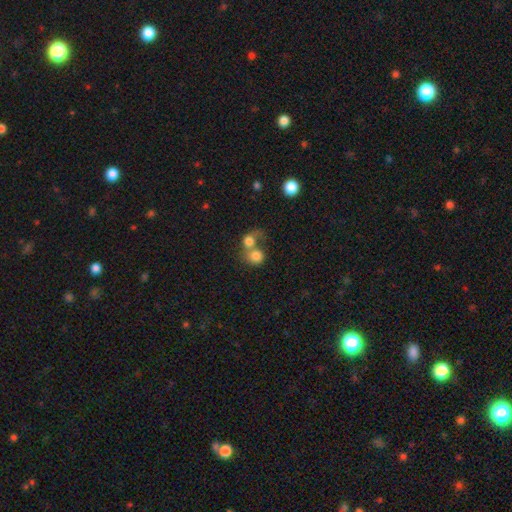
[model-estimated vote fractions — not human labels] Overall: smooth (77%). How rounded: round (76%). Merging: merger (68%).